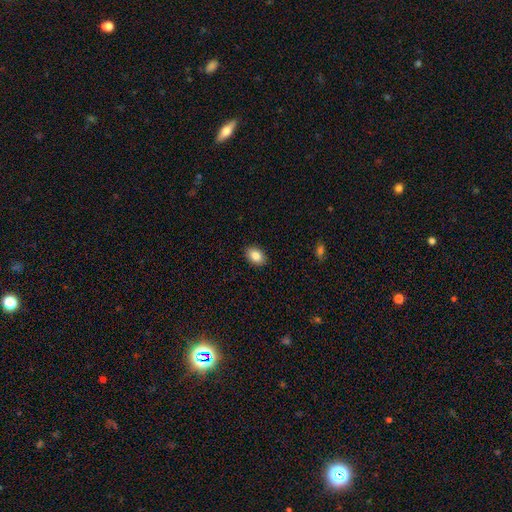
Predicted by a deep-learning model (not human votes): Morphology: type=smooth (85%); roundness=in between (82%); merging=none (90%).